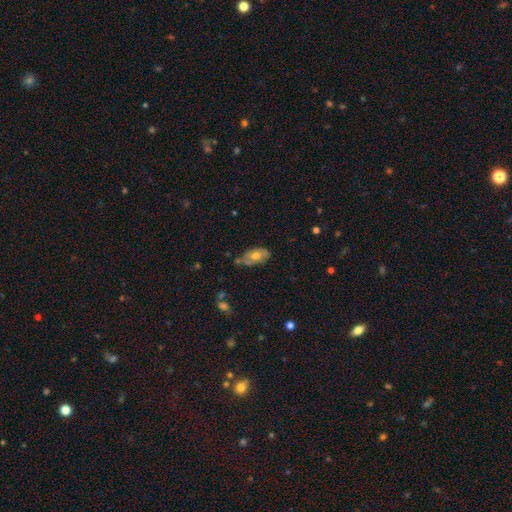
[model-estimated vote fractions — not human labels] smooth 53%, featured or disk 38%, star or artifact 8%. Down the decision tree: how rounded — in between (90%); merging — none (58%).